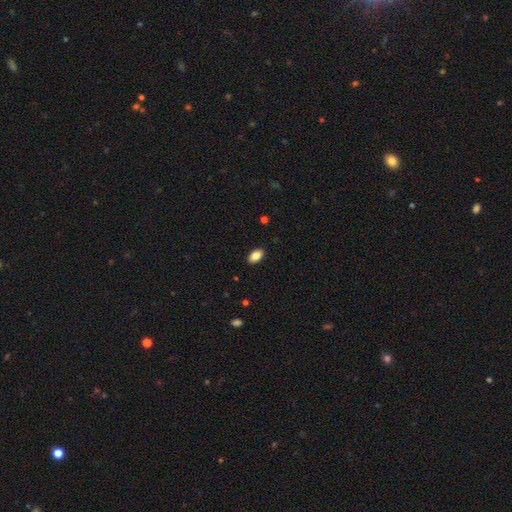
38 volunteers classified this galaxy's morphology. This appears to be a smooth galaxy with no disk features (84%) that is in between round and cigar-shaped (91%). Merging: none (94%).